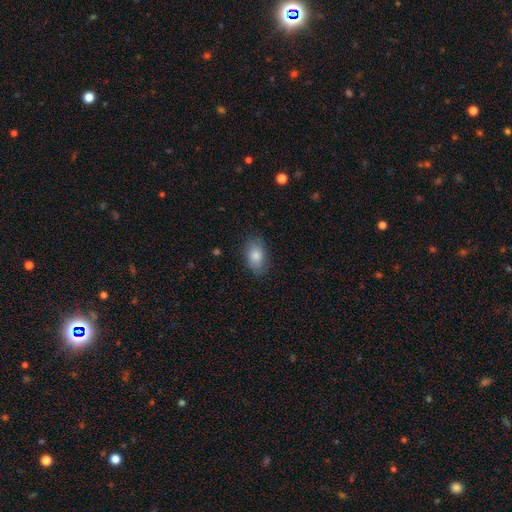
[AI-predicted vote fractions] Smooth or featured?
  - smooth: 82% *
  - featured or disk: 11%
  - star or artifact: 7%
How rounded?
  - in between: 90% *
  - round: 9%
  - cigar-shaped: 2%
Merging?
  - none: 80% *
  - minor disturbance: 15%
  - major disturbance: 4%
  - merger: 1%